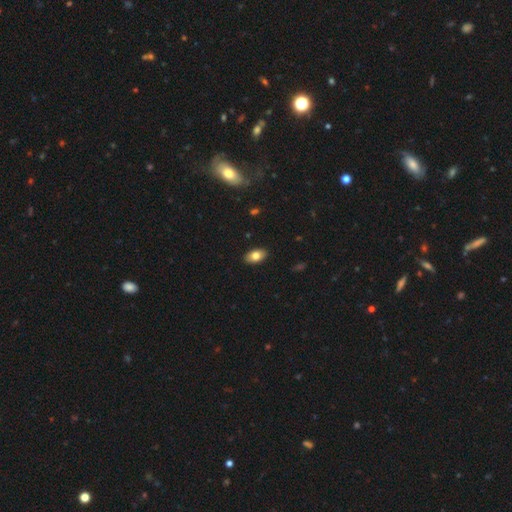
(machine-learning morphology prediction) This appears to be a smooth galaxy with no disk features (79%) that is in between round and cigar-shaped (92%). Merging: none (89%).